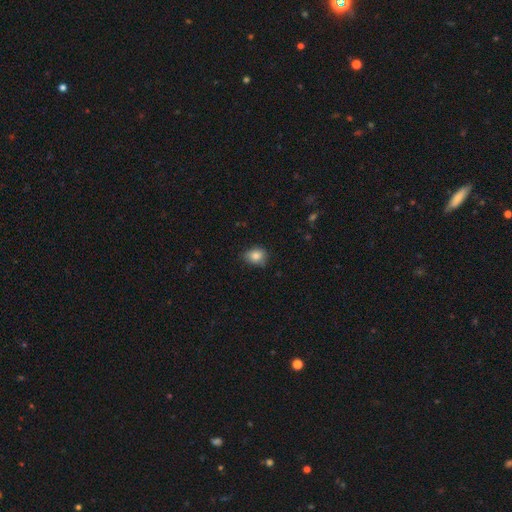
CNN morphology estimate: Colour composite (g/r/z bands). It shows a smooth galaxy with no disk features (84%) that is round (54%). Merging: none (72%).